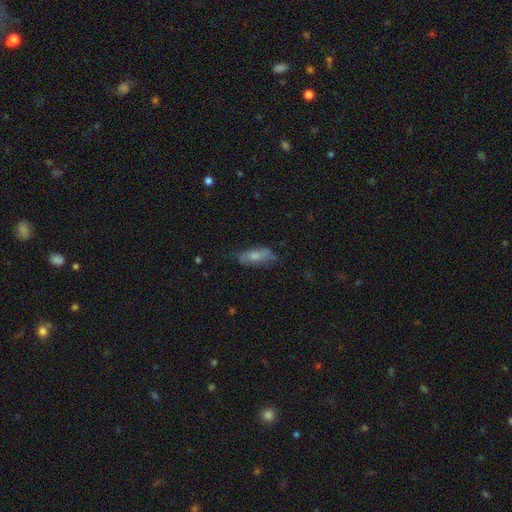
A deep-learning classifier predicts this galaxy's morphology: A smooth galaxy with no disk features (58%) that is in between round and cigar-shaped (70%).

Vote fractions:
- Smooth or featured? smooth: 58% / featured or disk: 34% / star or artifact: 8%
- How rounded? in between: 70% / cigar-shaped: 27% / round: 3%
- Merging? none: 58% / minor disturbance: 28% / major disturbance: 12% / merger: 2%